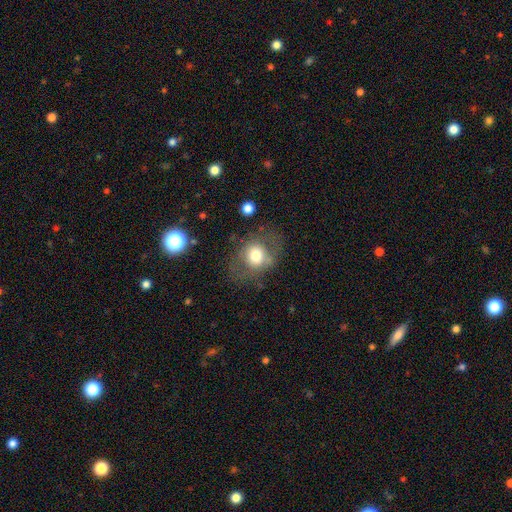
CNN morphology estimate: Smooth or featured? smooth (63%)
How rounded? round (56%)
Merging? none (62%)